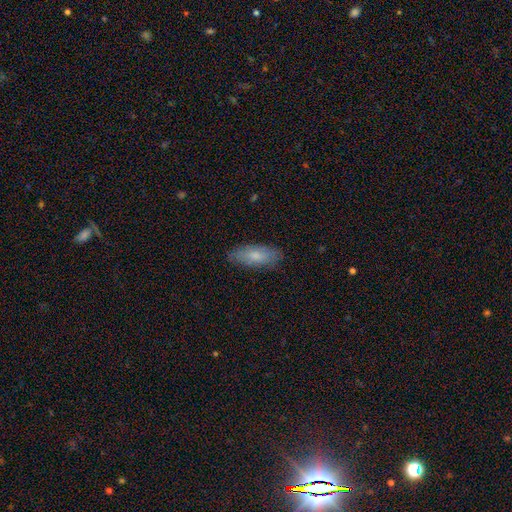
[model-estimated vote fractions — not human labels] smooth_or_featured: smooth (p=0.76) [alt: featured or disk p=0.18]
how_rounded: in between (p=0.74) [alt: cigar-shaped p=0.24]
merging: none (p=0.82) [alt: minor disturbance p=0.14]